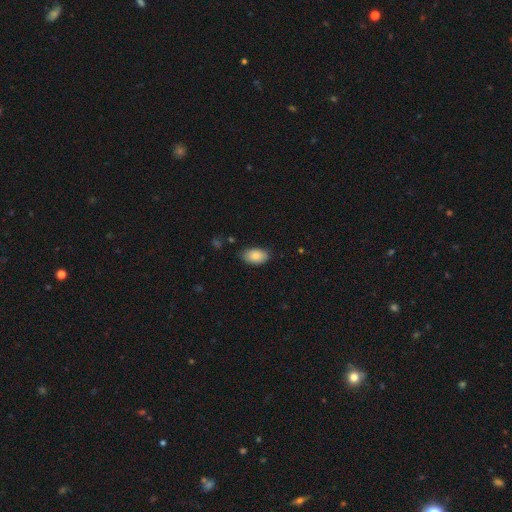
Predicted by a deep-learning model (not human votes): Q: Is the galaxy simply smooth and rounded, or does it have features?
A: smooth — 85%.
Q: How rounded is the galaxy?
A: in between — 92%.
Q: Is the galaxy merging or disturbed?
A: none — 80%.